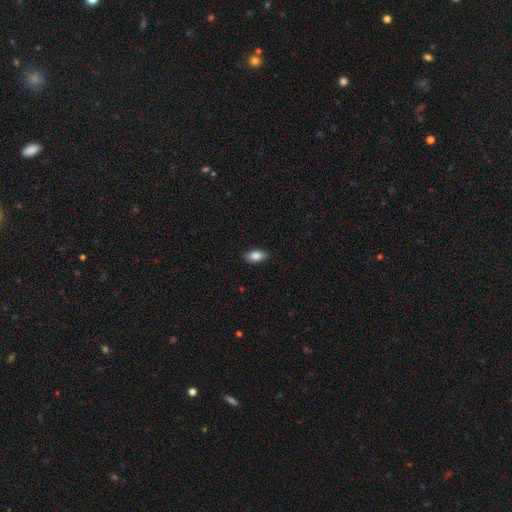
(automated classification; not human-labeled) This appears to be a smooth galaxy with no disk features (86%) that is in between round and cigar-shaped (90%). Merging: none (88%).